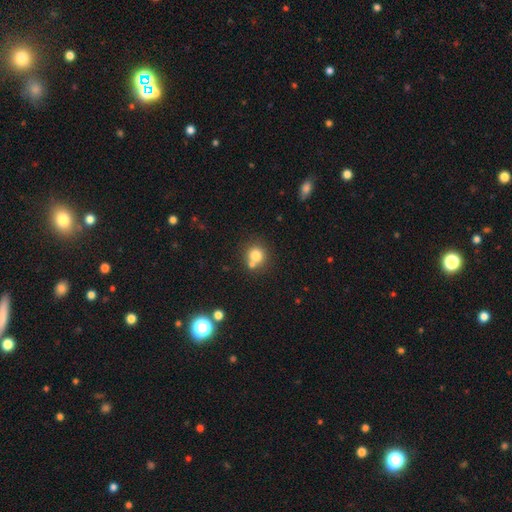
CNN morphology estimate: smooth-or-featured: smooth: 77% | star or artifact: 12% | featured or disk: 10%
  how-rounded: round: 88% | in between: 11% | cigar-shaped: 1%
  merging: none: 57% | merger: 31% | minor disturbance: 9% | major disturbance: 3%